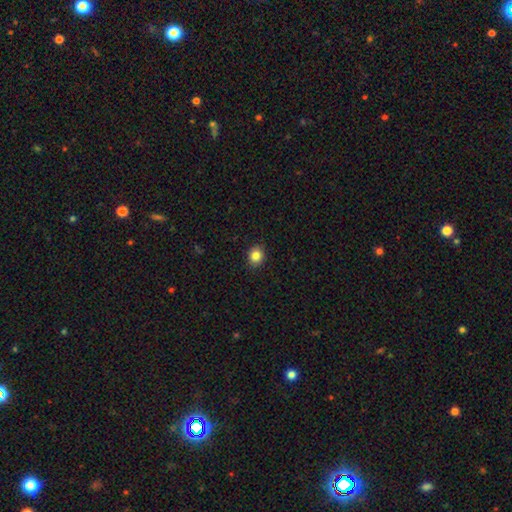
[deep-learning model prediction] Smooth or featured: smooth — 85% (star or artifact — 10%)
How rounded: round — 70% (in between — 29%)
Merging: none — 91% (minor disturbance — 6%)